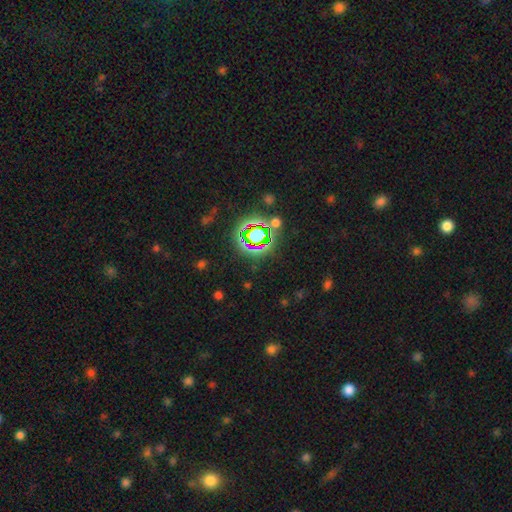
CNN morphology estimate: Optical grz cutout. It shows a star or artifact, not a galaxy (76%).